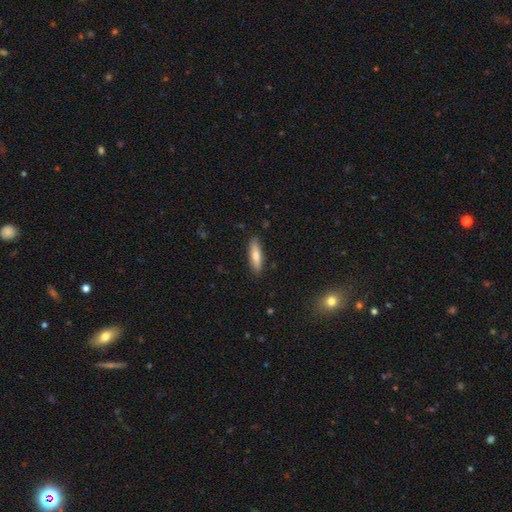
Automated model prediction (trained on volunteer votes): Smooth or featured? smooth (73%)
How rounded? cigar-shaped (59%)
Merging? none (88%)